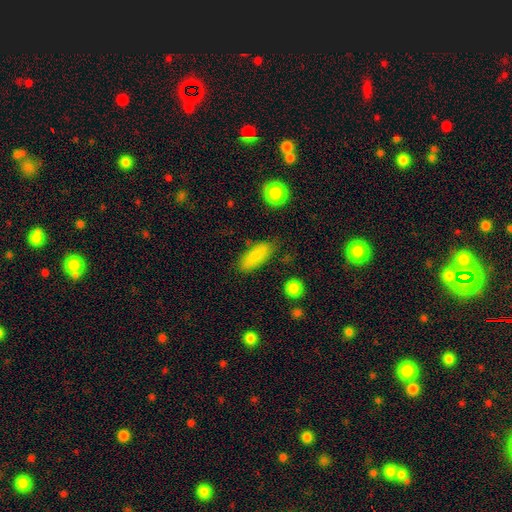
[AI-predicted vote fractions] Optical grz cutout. It shows a smooth galaxy with no disk features (85%) that is in between round and cigar-shaped (77%). Merging: none (77%).